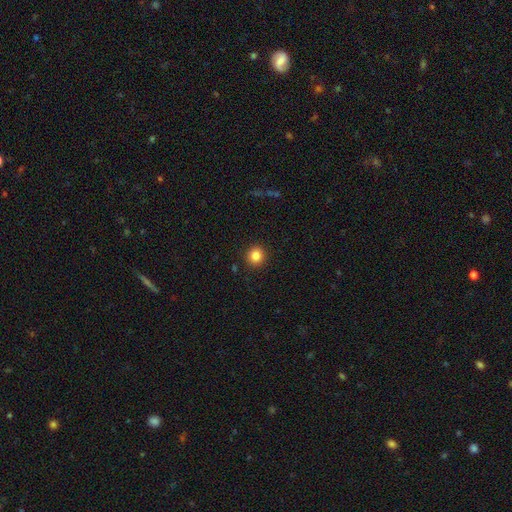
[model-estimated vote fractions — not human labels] Smooth or featured? smooth (84%)
How rounded? round (91%)
Merging? none (92%)